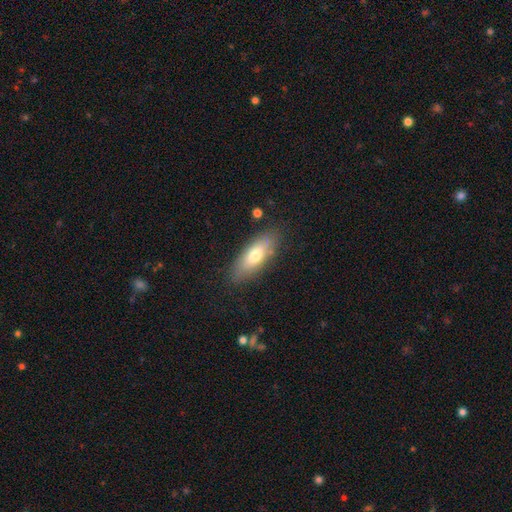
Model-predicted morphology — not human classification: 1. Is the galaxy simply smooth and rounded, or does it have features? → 69% smooth, 24% featured or disk, 7% star or artifact.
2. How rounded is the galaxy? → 69% in between, 28% cigar-shaped, 2% round.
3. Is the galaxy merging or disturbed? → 81% none, 13% minor disturbance, 3% major disturbance, 2% merger.